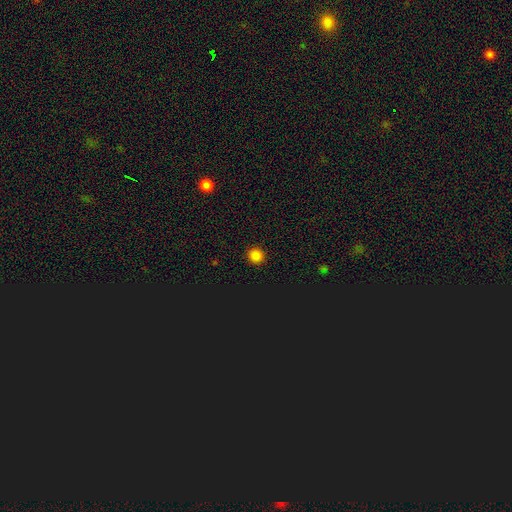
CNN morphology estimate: Smooth or featured? Predicted: smooth (p=0.82). How rounded? Predicted: round (p=0.93). Merging? Predicted: none (p=0.92).